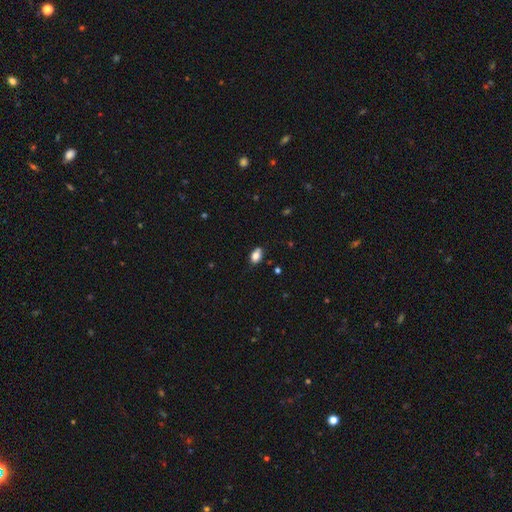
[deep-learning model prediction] Q: Smooth or featured?
A: smooth (82%); runner-up: star or artifact (10%)
Q: How rounded?
A: in between (83%); runner-up: round (15%)
Q: Merging?
A: none (71%); runner-up: minor disturbance (20%)